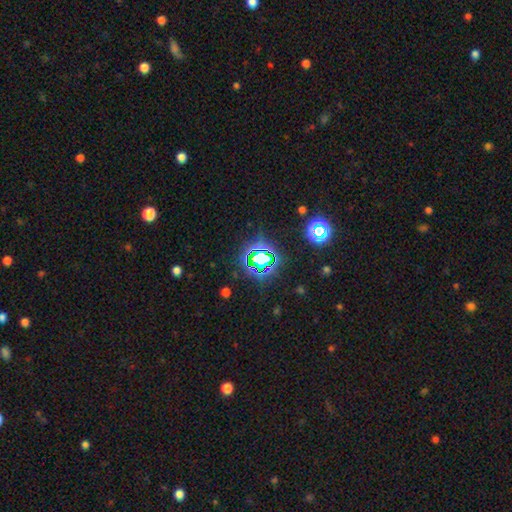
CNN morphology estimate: Overall: star or artifact (79%).